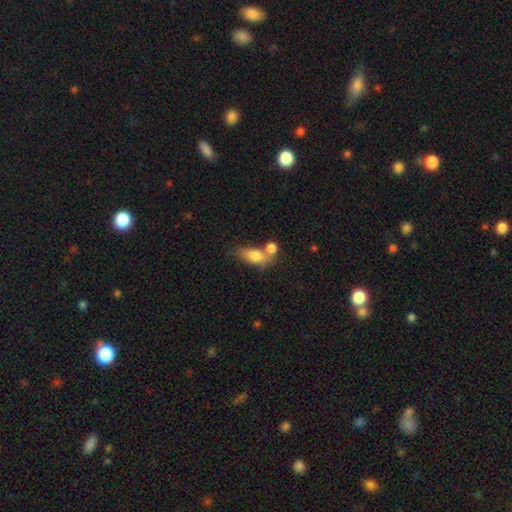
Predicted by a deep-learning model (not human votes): Smooth or featured? Predicted: smooth (p=0.78). How rounded? Predicted: in between (p=0.79). Merging? Predicted: merger (p=0.48).